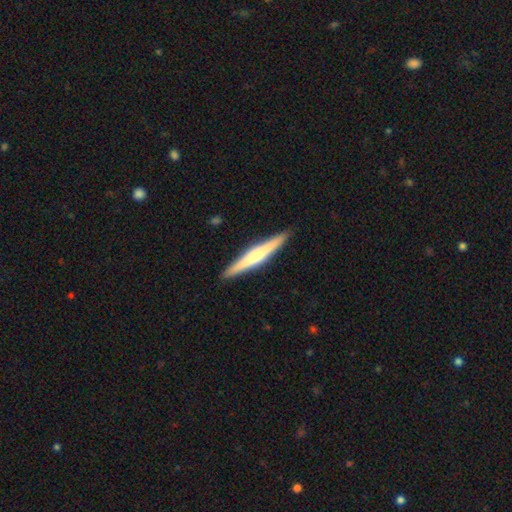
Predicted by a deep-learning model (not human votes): Overall: featured or disk (52%; smooth 43%). Edge-on disk: yes (98%). Edge-on bulge: rounded (56%; none 29%). Merging: none (91%).